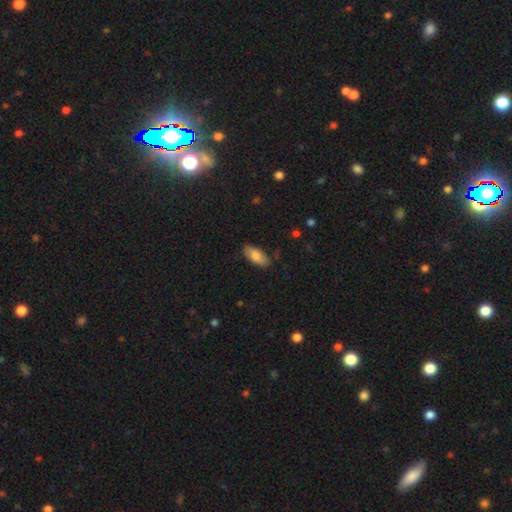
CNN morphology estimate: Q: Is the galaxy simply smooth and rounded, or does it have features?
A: smooth — 81%.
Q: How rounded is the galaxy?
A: in between — 87%.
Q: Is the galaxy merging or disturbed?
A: none — 81%.